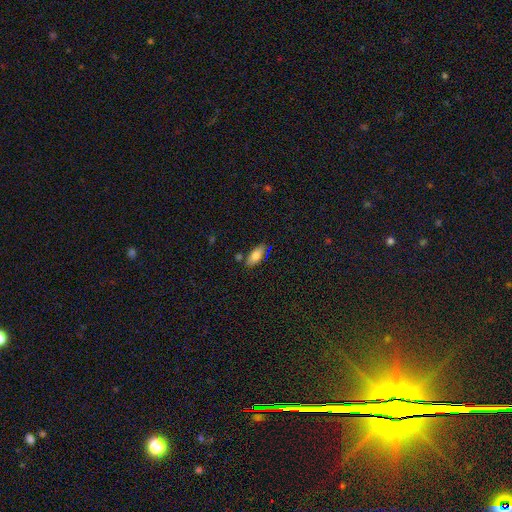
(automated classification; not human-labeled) smooth_or_featured: smooth (p=0.78) [alt: featured or disk p=0.13]
how_rounded: in between (p=0.86) [alt: cigar-shaped p=0.11]
merging: none (p=0.77) [alt: minor disturbance p=0.14]